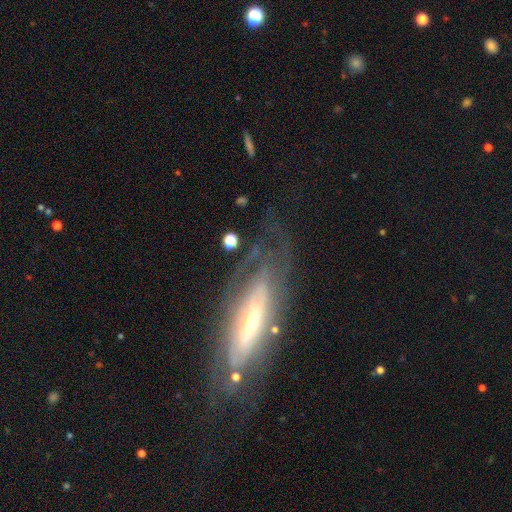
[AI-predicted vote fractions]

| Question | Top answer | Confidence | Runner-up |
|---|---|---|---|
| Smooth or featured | featured or disk | 73% | smooth (18%) |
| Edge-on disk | no | 58% | yes (42%) |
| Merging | none | 72% | minor disturbance (17%) |